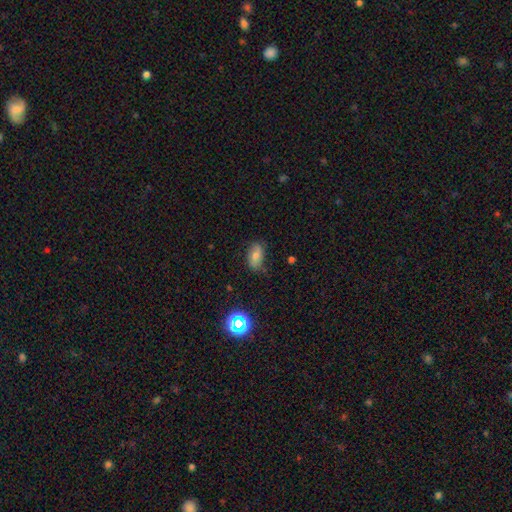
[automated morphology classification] Smooth or featured?
  - smooth: 59% *
  - featured or disk: 25%
  - star or artifact: 17%
How rounded?
  - in between: 88% *
  - round: 9%
  - cigar-shaped: 3%
Merging?
  - none: 69% *
  - minor disturbance: 23%
  - major disturbance: 6%
  - merger: 2%